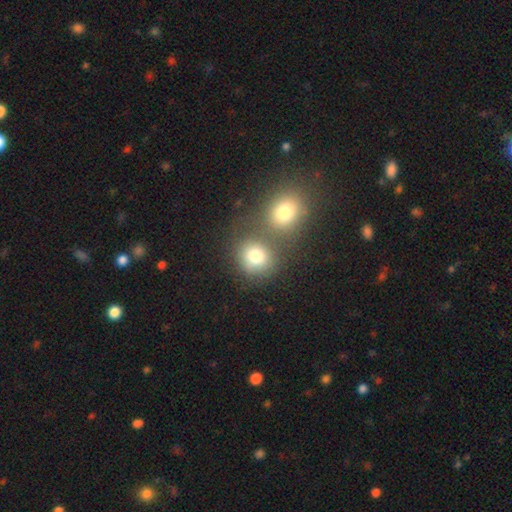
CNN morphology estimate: Smooth or featured? Predicted: smooth (p=0.78). How rounded? Predicted: round (p=0.81). Merging? Predicted: none (p=0.50).